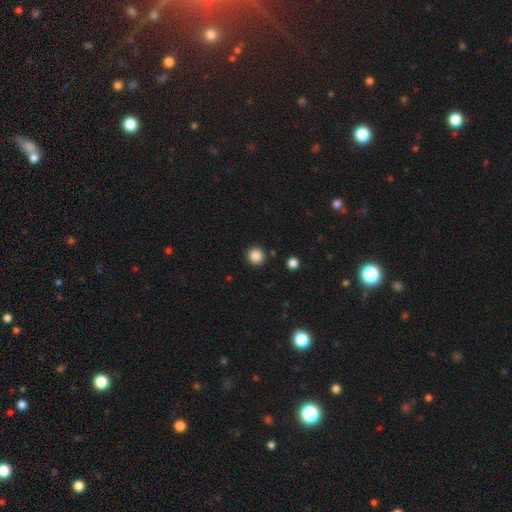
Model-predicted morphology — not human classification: smooth_or_featured: smooth (p=0.87) [alt: star or artifact p=0.10]
how_rounded: round (p=0.95) [alt: in between p=0.05]
merging: none (p=0.91) [alt: minor disturbance p=0.05]